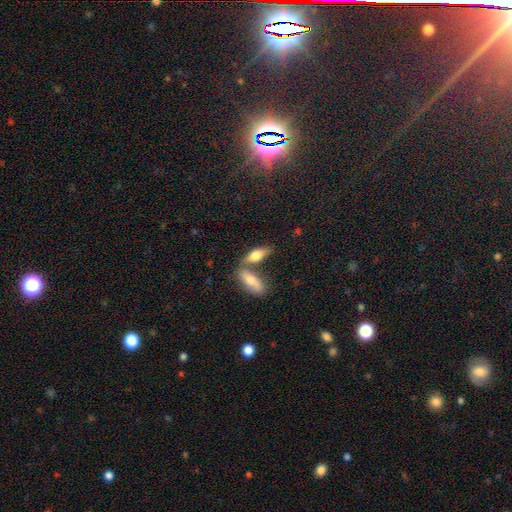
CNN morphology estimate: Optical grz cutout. It shows a smooth galaxy with no disk features (68%) that is in between round and cigar-shaped (69%). Merging: merger (44%).